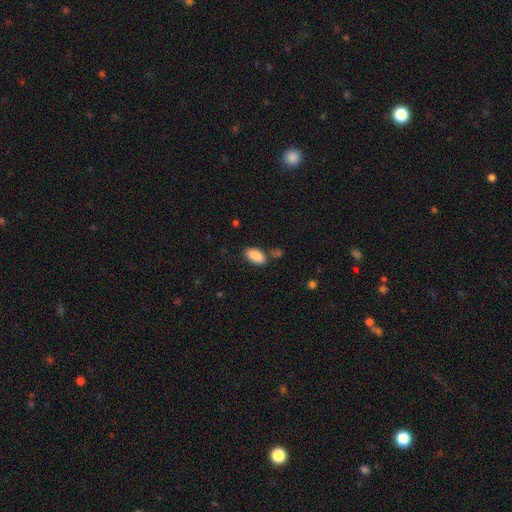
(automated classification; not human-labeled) Smooth or featured? smooth (89%)
How rounded? in between (93%)
Merging? none (73%)